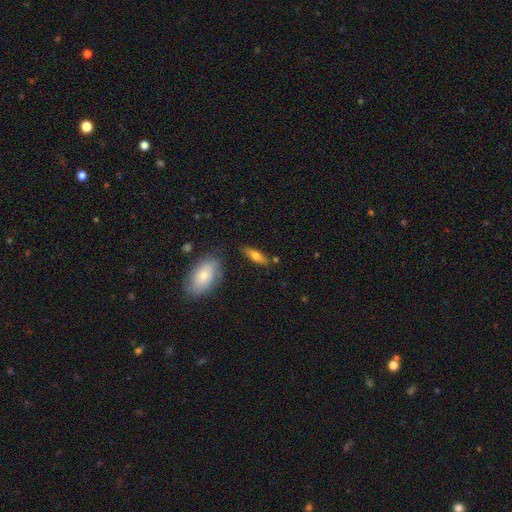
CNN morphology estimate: This is possibly a smooth galaxy (59%). How rounded: possibly in between (52%). Merging: likely none (78%).